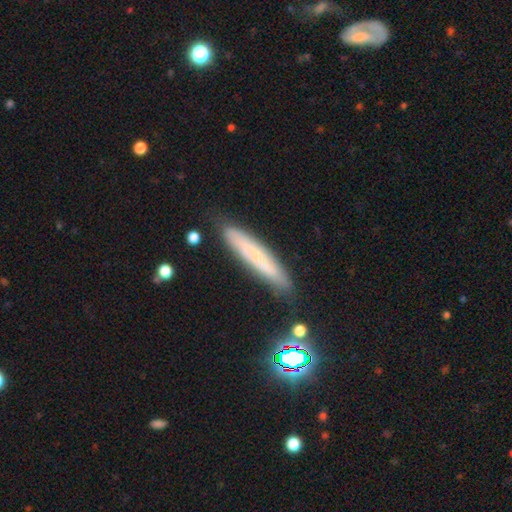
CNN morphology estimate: Smooth or featured?
  - smooth: 53% *
  - featured or disk: 36%
  - star or artifact: 11%
How rounded?
  - cigar-shaped: 91% *
  - in between: 7%
  - round: 2%
Merging?
  - none: 83% *
  - minor disturbance: 12%
  - merger: 2%
  - major disturbance: 2%